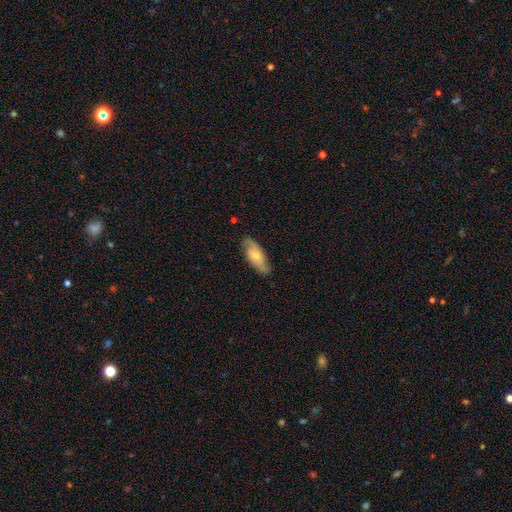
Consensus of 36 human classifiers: Smooth or featured? 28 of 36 (78%) said featured or disk. Edge-on disk? 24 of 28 (86%) said no. Bar? 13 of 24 (54%) said no. Spiral arms? 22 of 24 (92%) said yes. Spiral winding? 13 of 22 (59%) said medium. Spiral arm count? 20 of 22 (91%) said 2. Bulge size? 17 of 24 (71%) said small. Merging? 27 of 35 (77%) said none.